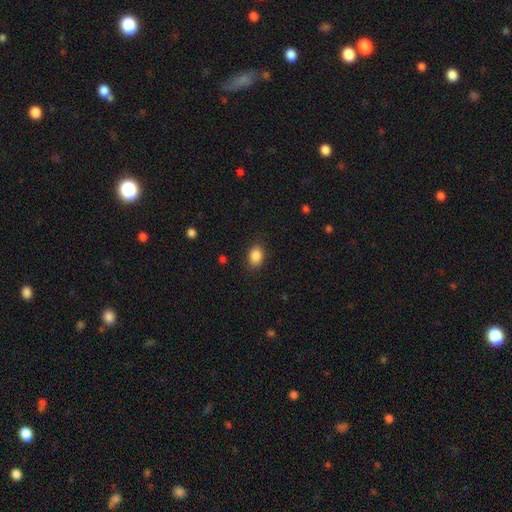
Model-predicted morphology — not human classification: smooth 88%, star or artifact 8%, featured or disk 4%. Down the decision tree: how rounded — in between (73%); merging — none (85%).